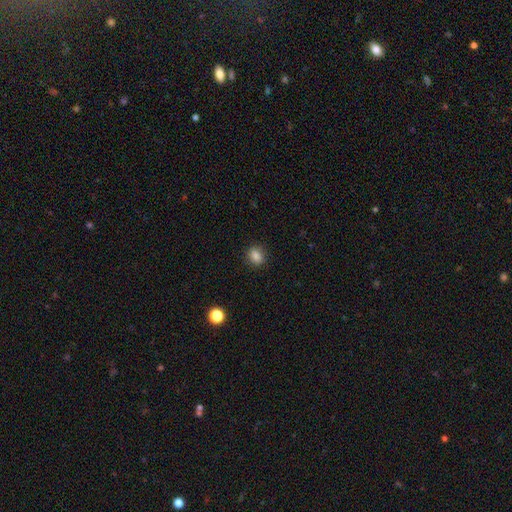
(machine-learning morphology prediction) This is clearly a smooth galaxy (84%). How rounded: possibly round (51%). Merging: clearly none (88%).